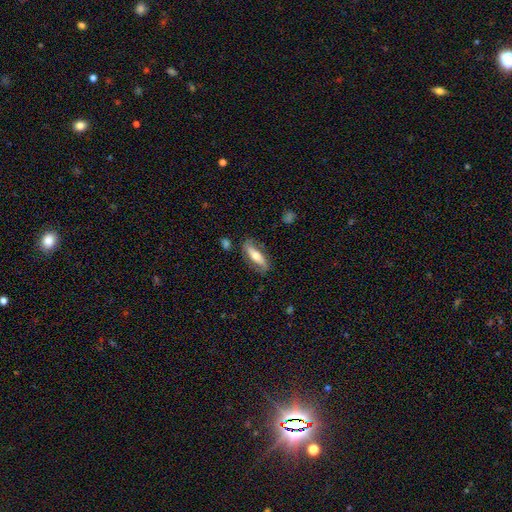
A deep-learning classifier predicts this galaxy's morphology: The model was most divided on "smooth or featured": featured or disk: 50%, smooth: 44%, star or artifact: 6%. More confident: merging — none (76%).